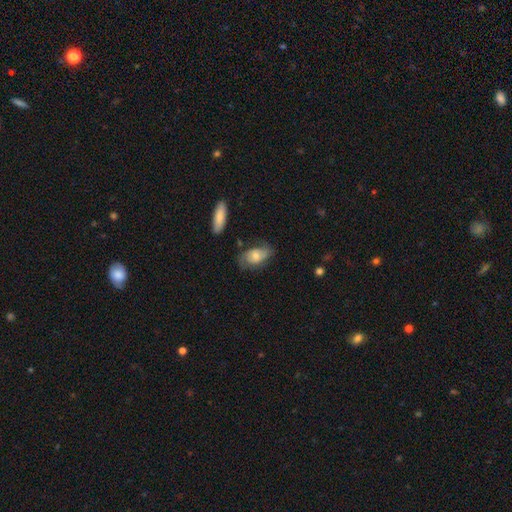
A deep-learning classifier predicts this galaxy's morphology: A featured or disk galaxy (53%). Merging: none (62%).